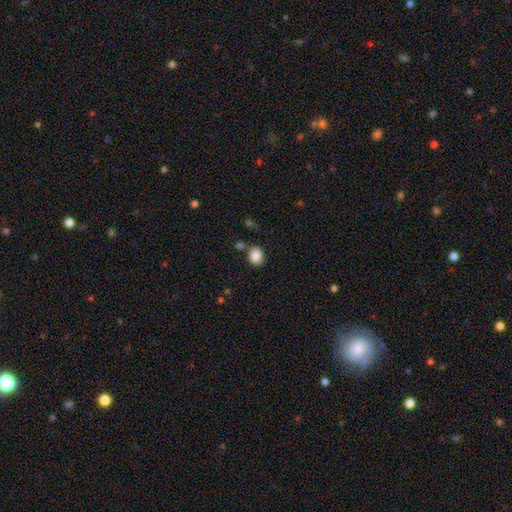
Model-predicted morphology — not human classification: A smooth galaxy with no disk features (87%) that is round (54%). Merging: none (75%).